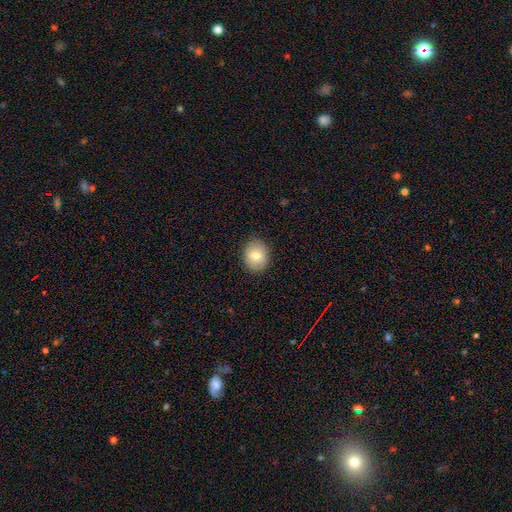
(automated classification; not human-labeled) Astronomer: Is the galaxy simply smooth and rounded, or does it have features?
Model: smooth — 77%.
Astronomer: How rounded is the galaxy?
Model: round — 53% (runner-up: in between, 46%).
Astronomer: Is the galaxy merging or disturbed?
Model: none — 87%.